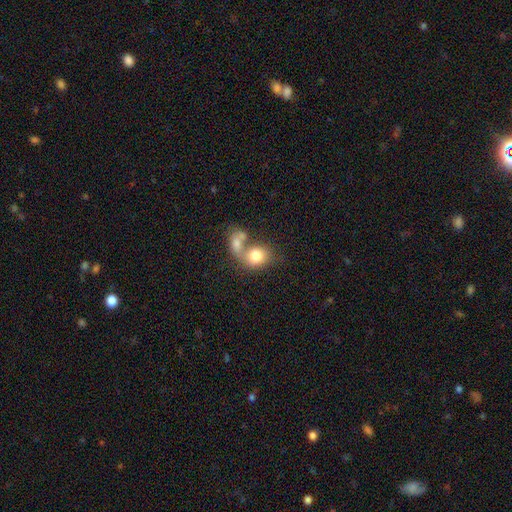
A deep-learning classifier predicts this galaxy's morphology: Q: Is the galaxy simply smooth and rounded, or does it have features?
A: smooth — 75%.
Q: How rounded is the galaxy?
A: round — 54%.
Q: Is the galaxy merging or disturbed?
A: merger — 65%.